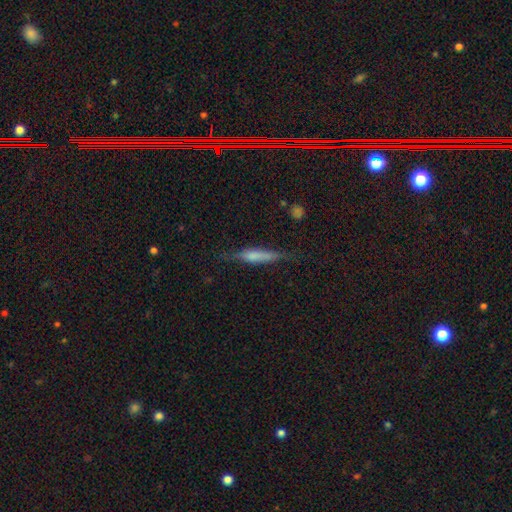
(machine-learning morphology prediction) Overall: smooth (49%; featured or disk 43%). Merging: none (75%).